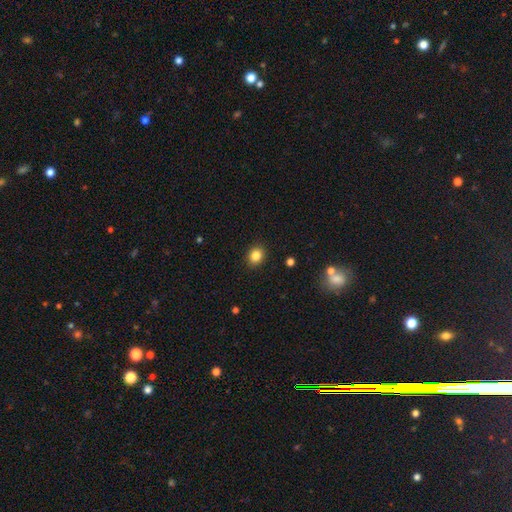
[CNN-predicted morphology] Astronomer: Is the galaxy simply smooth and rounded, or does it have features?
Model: smooth — 84%.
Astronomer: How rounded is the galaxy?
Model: round — 64%.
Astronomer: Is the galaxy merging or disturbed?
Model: none — 90%.